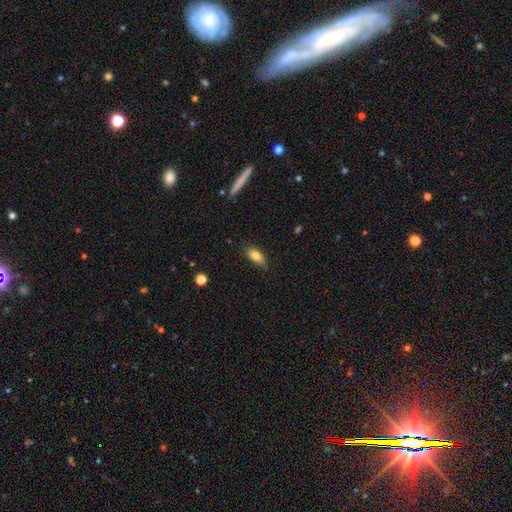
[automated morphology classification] smooth-or-featured: smooth: 78% | featured or disk: 15% | star or artifact: 7%
  how-rounded: in between: 80% | cigar-shaped: 16% | round: 4%
  merging: none: 76% | minor disturbance: 19% | major disturbance: 3% | merger: 1%